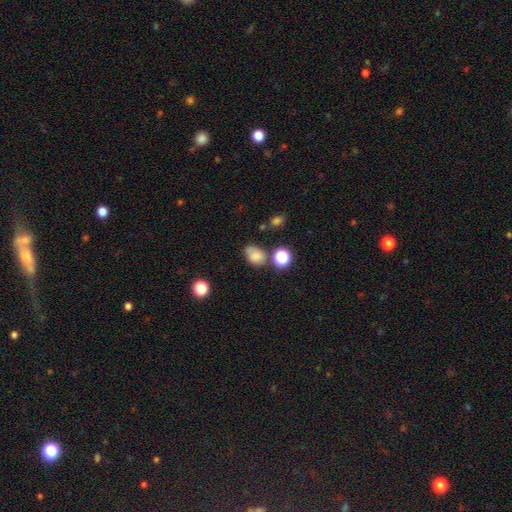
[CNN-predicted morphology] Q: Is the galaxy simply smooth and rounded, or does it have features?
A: smooth — 75%.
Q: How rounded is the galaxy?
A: in between — 67%.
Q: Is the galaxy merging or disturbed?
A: none — 51%.